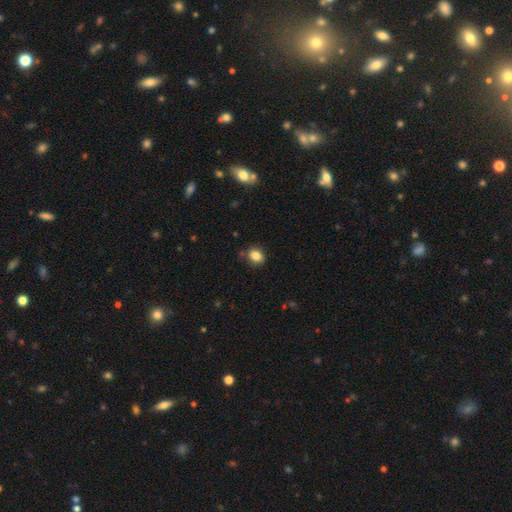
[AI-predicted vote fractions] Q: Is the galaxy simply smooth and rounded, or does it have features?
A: smooth — 85%.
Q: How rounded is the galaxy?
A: round — 57%.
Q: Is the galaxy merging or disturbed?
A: none — 82%.